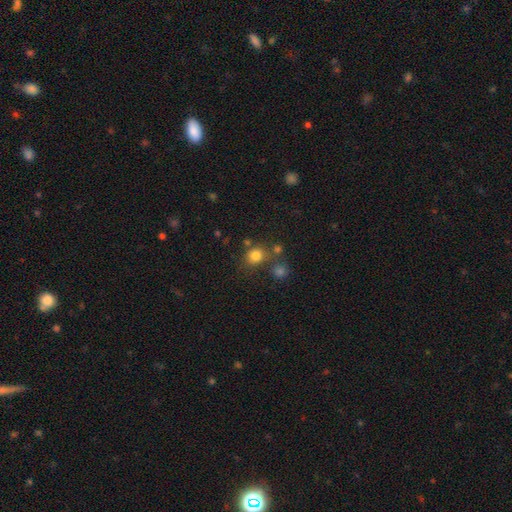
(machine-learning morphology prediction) Q: Smooth or featured?
A: smooth (79%); runner-up: star or artifact (14%)
Q: How rounded?
A: round (76%); runner-up: in between (23%)
Q: Merging?
A: none (66%); runner-up: merger (16%)